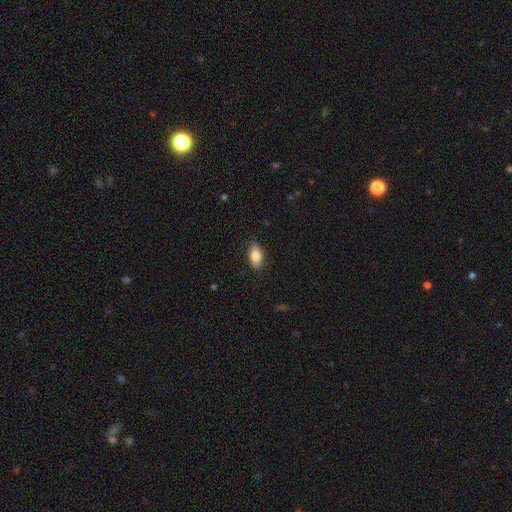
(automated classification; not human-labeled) This is likely a smooth galaxy (79%). How rounded: clearly in between (85%). Merging: clearly none (86%).